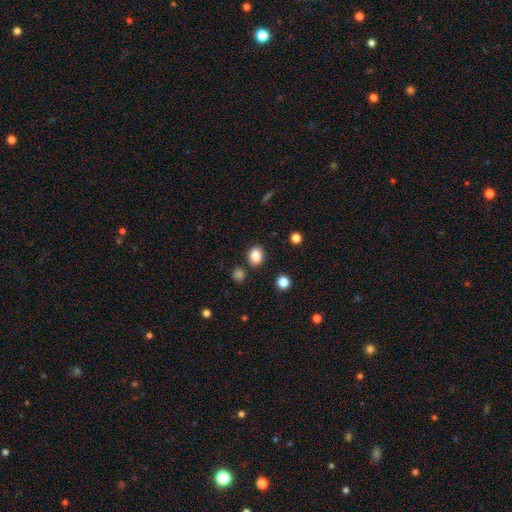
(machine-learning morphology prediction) Smooth or featured: smooth — 85% (star or artifact — 11%)
How rounded: round — 50% (in between — 49%)
Merging: none — 83% (minor disturbance — 9%)